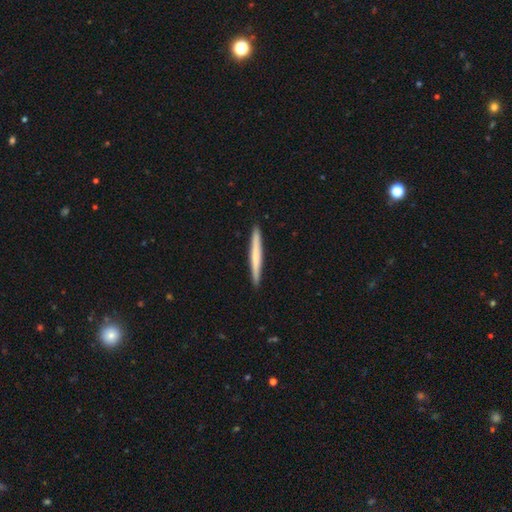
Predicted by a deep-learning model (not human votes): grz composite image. It shows a smooth galaxy with no disk features (57%) that is cigar-shaped (97%). Merging: none (92%).